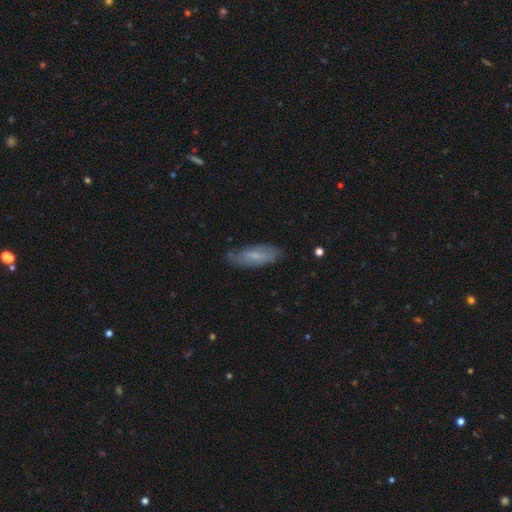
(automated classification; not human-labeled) smooth-or-featured: smooth: 53% | featured or disk: 39% | star or artifact: 7%
  how-rounded: in between: 59% | cigar-shaped: 39% | round: 2%
  merging: none: 72% | minor disturbance: 21% | major disturbance: 5% | merger: 2%